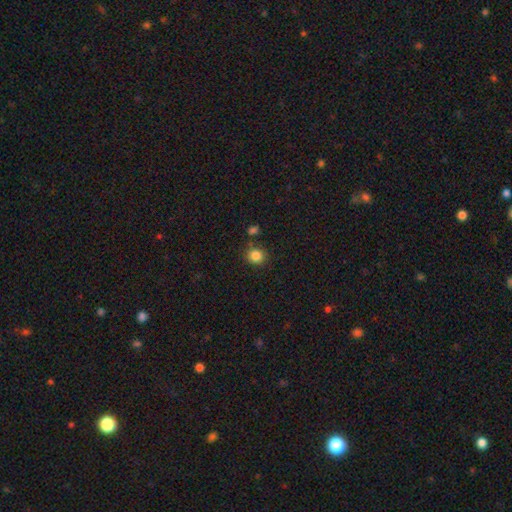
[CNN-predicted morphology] type=smooth (84%); roundness=round (84%); merging=none (82%).